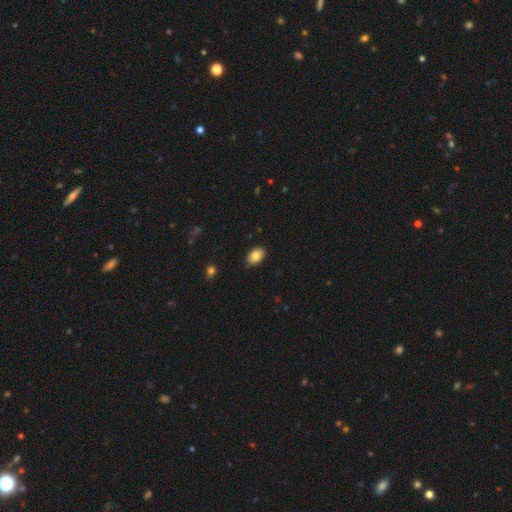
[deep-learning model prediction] Smooth or featured?
  - smooth: 85% *
  - star or artifact: 8%
  - featured or disk: 7%
How rounded?
  - in between: 84% *
  - round: 15%
  - cigar-shaped: 1%
Merging?
  - none: 81% *
  - minor disturbance: 15%
  - major disturbance: 2%
  - merger: 1%